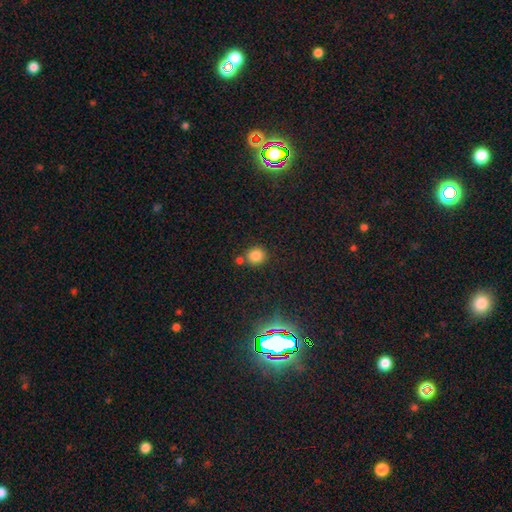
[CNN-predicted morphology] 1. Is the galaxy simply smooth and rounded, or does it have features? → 82% smooth, 13% star or artifact, 5% featured or disk.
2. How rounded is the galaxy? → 84% round, 15% in between, 1% cigar-shaped.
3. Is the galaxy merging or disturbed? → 71% none, 16% merger, 10% minor disturbance, 3% major disturbance.